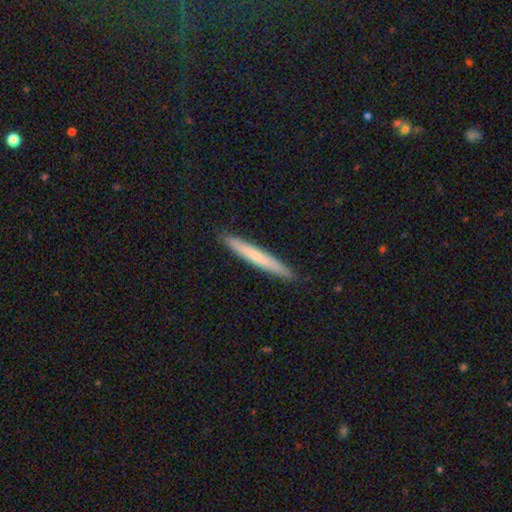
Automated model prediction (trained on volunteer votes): The model was most divided on "smooth or featured": smooth: 59%, featured or disk: 35%, star or artifact: 5%. More confident: how rounded — cigar-shaped (96%); merging — none (91%).